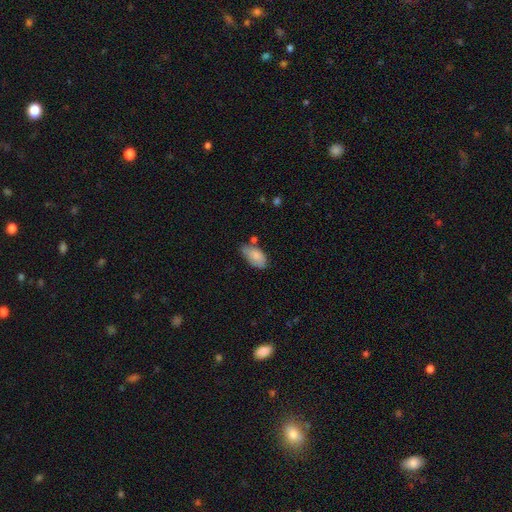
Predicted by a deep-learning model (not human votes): smooth-or-featured: smooth: 82% | featured or disk: 11% | star or artifact: 7%
  how-rounded: in between: 94% | round: 4% | cigar-shaped: 3%
  merging: none: 51% | minor disturbance: 34% | merger: 8% | major disturbance: 7%